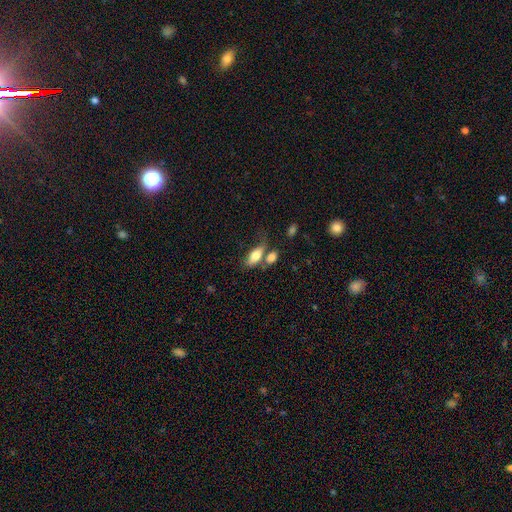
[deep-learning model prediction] Morphology: type=smooth (75%); roundness=in between (83%); merging=none (39%).